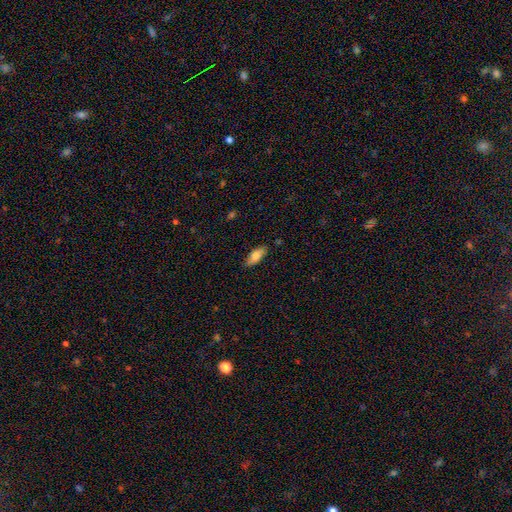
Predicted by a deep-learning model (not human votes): Smooth or featured? Predicted: smooth (p=0.76). How rounded? Predicted: in between (p=0.80). Merging? Predicted: none (p=0.82).